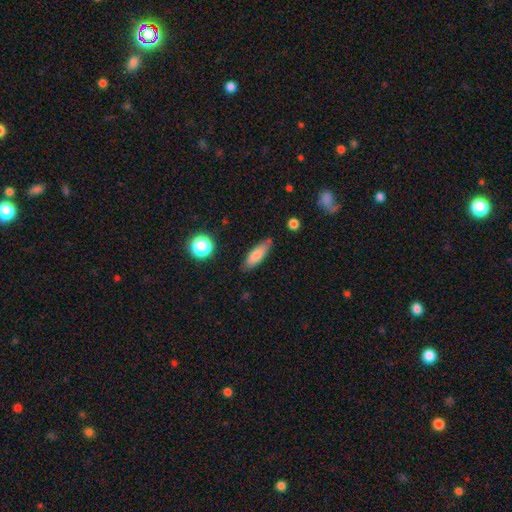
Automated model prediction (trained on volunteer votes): smooth_or_featured: smooth (p=0.79) [alt: featured or disk p=0.13]
how_rounded: in between (p=0.50) [alt: cigar-shaped p=0.48]
merging: none (p=0.79) [alt: minor disturbance p=0.16]